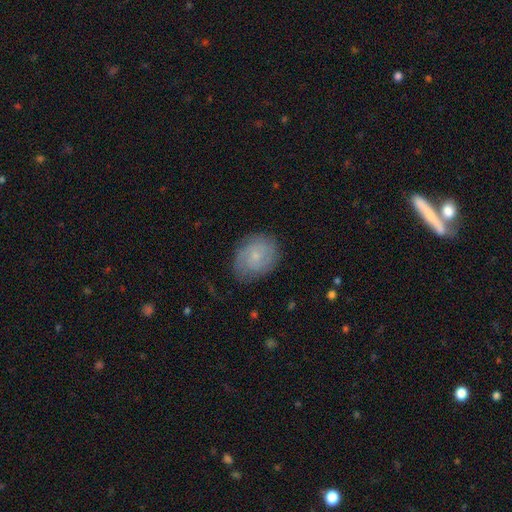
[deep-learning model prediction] A featured or disk galaxy (59%) with no bar (71%), 2 (43%) tight (58%) spiral arms (89%) and a small central bulge (72%). Merging: none (77%).